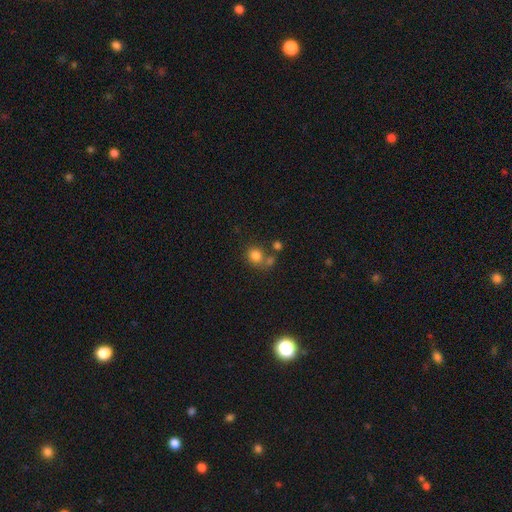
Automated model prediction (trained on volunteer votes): smooth 80%, star or artifact 13%, featured or disk 7%. Down the decision tree: how rounded — round (76%); merging — none (60%).